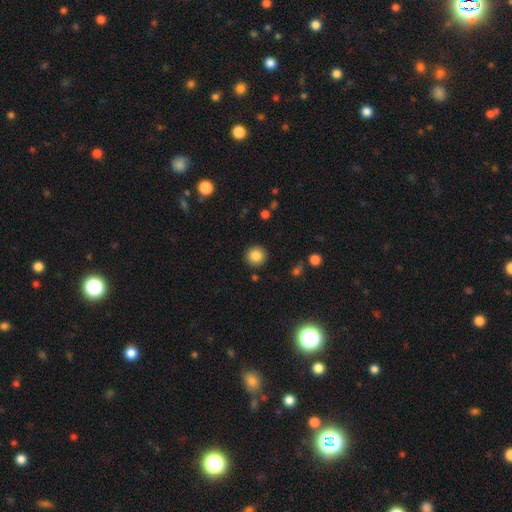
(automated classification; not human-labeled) This is clearly a smooth galaxy (85%). How rounded: clearly round (94%). Merging: clearly none (90%).